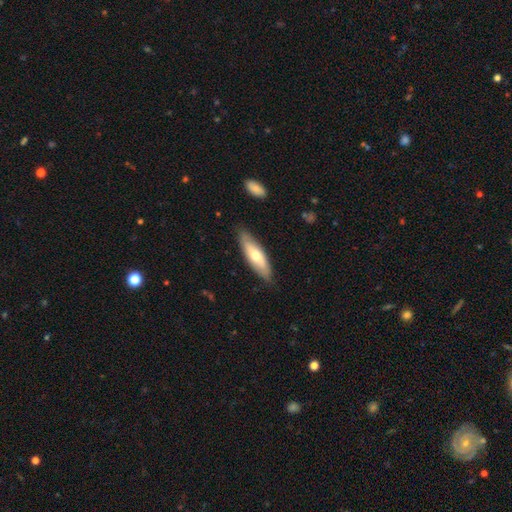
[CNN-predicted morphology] Overall: smooth (59%; featured or disk 36%). How rounded: cigar-shaped (51%; in between 47%). Merging: none (84%).